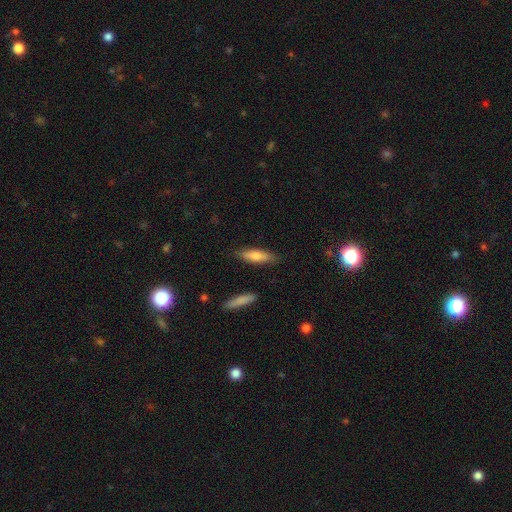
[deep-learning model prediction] Smooth or featured? Predicted: smooth (p=0.75). How rounded? Predicted: cigar-shaped (p=0.59). Merging? Predicted: none (p=0.84).